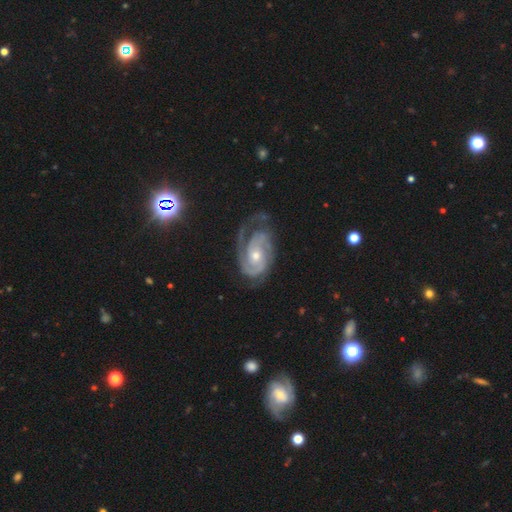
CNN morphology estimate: Smooth or featured? featured or disk (90%)
Edge-on disk? no (97%)
Bar? no (67%)
Spiral arms? yes (98%)
Spiral winding? tight (61%)
Spiral arm count? 2 (58%)
Bulge size? moderate (51%)
Merging? none (59%)